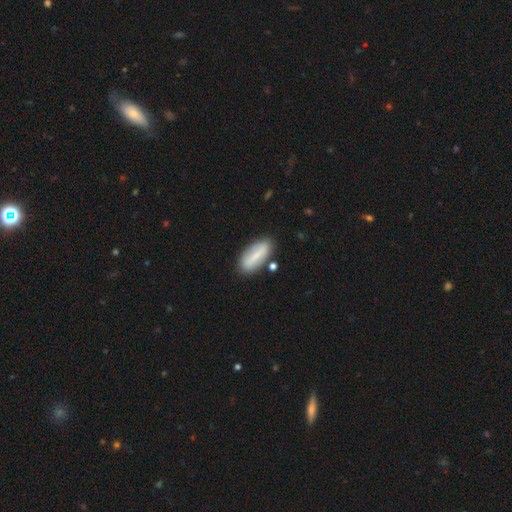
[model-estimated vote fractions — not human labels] This appears to be a smooth galaxy with no disk features (60%) that is in between round and cigar-shaped (68%). Merging: none (82%).